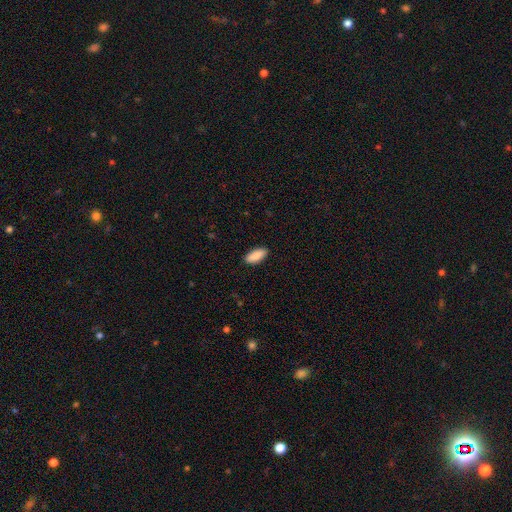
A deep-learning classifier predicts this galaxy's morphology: Overall: smooth (90%). How rounded: in between (84%). Merging: none (89%).